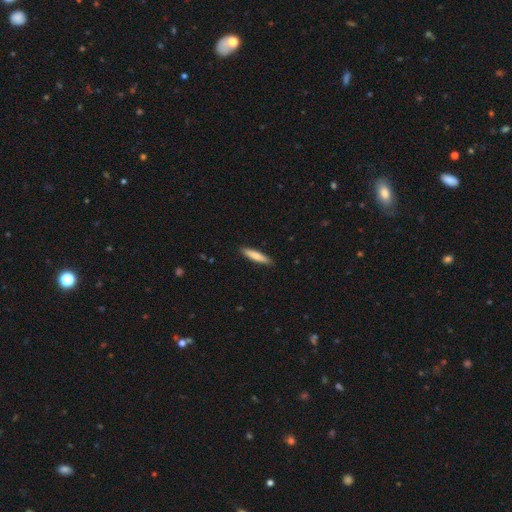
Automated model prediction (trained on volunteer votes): Q: Smooth or featured?
A: smooth (77%); runner-up: featured or disk (18%)
Q: How rounded?
A: cigar-shaped (86%); runner-up: in between (12%)
Q: Merging?
A: none (89%); runner-up: minor disturbance (8%)